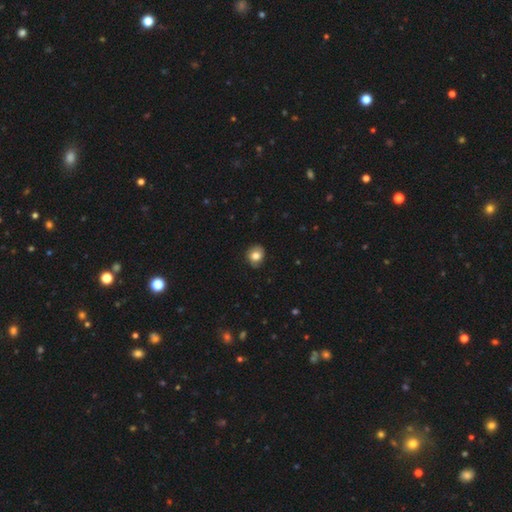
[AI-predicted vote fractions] Morphology: type=smooth (79%); roundness=round (70%); merging=none (81%).